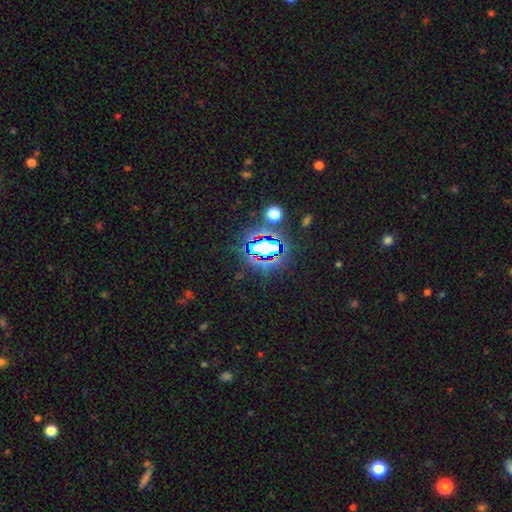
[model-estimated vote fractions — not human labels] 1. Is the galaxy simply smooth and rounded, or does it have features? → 73% star or artifact, 17% smooth, 10% featured or disk.